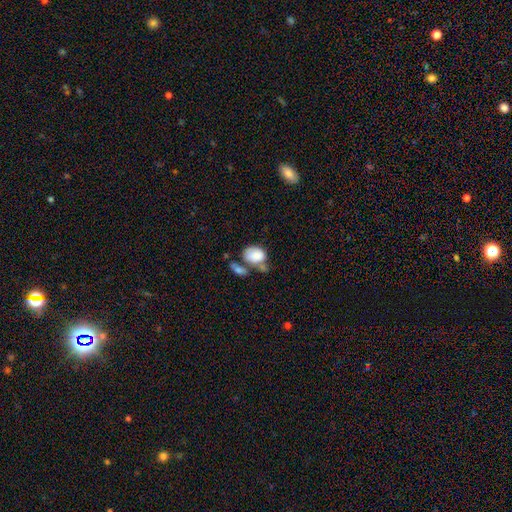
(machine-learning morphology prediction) The model was most divided on "merging": merger: 38%, none: 29%, minor disturbance: 19%, major disturbance: 14%. More confident: smooth or featured — smooth (82%); how rounded — in between (74%).